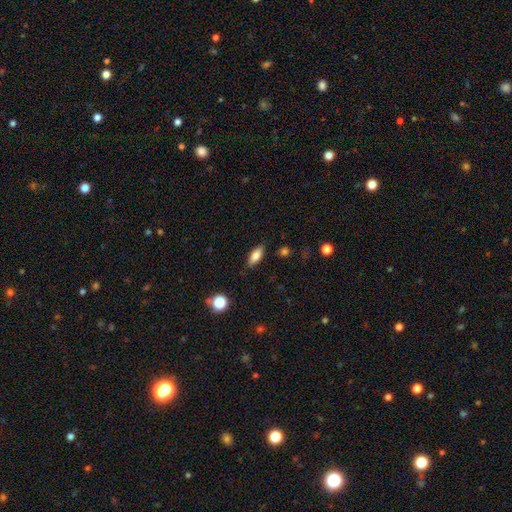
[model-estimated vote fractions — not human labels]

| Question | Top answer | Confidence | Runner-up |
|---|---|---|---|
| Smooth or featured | smooth | 80% | featured or disk (12%) |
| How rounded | in between | 77% | cigar-shaped (20%) |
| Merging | none | 85% | minor disturbance (11%) |